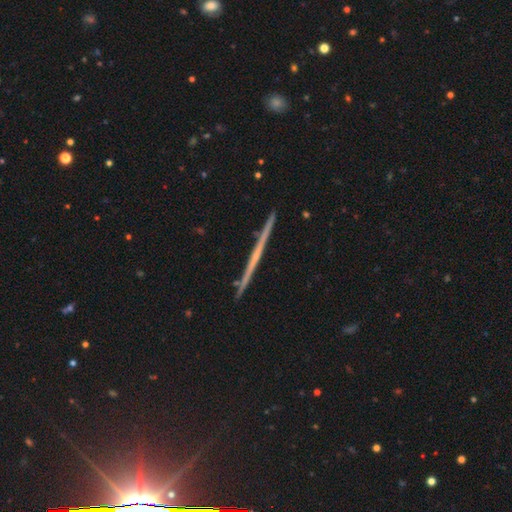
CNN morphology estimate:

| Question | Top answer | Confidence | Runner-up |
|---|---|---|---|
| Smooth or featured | featured or disk | 70% | smooth (23%) |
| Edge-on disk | yes | 98% | no (2%) |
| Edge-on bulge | none | 79% | rounded (16%) |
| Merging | none | 91% | minor disturbance (6%) |